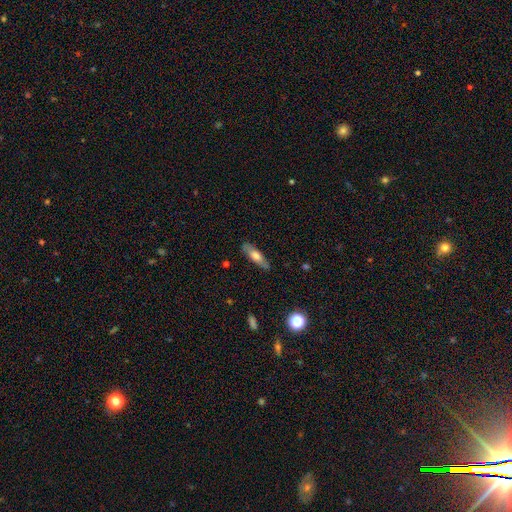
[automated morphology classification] Smooth or featured: smooth — 58% (featured or disk — 35%)
How rounded: cigar-shaped — 63% (in between — 34%)
Merging: none — 84% (minor disturbance — 12%)